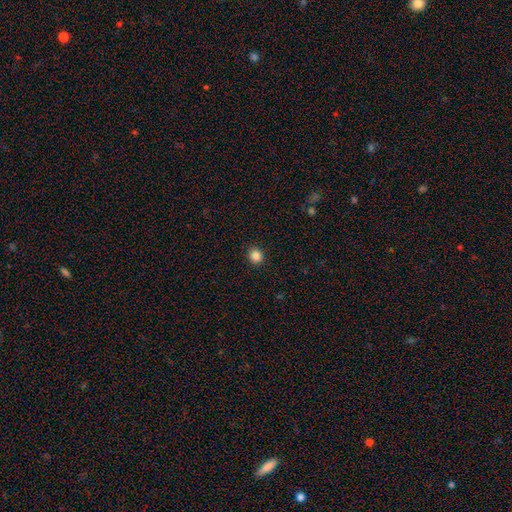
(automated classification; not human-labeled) Morphology: type=smooth (85%); roundness=round (81%); merging=none (92%).